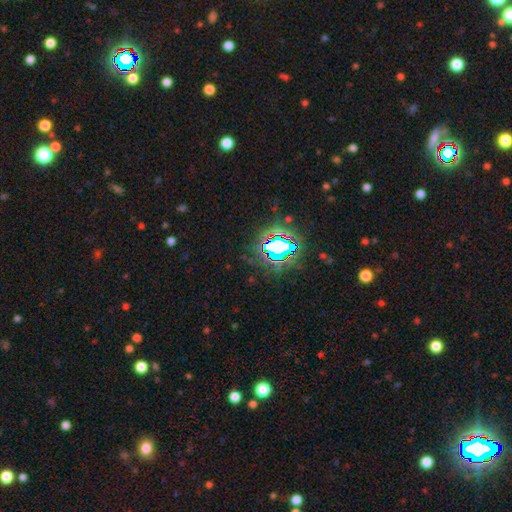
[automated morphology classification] Smooth or featured? star or artifact (84%)